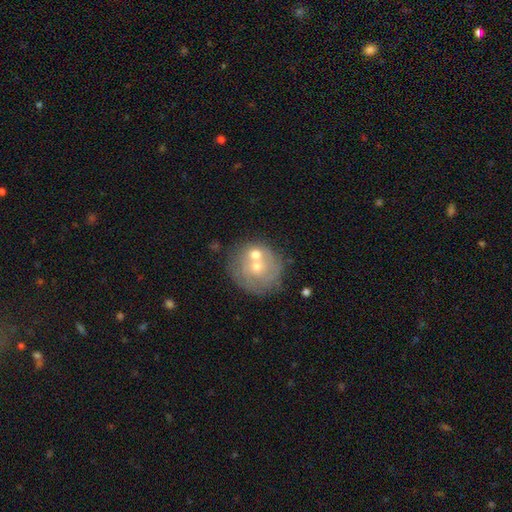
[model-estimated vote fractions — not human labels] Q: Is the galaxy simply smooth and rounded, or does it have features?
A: featured or disk — 46%.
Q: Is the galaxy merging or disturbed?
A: none — 58%.